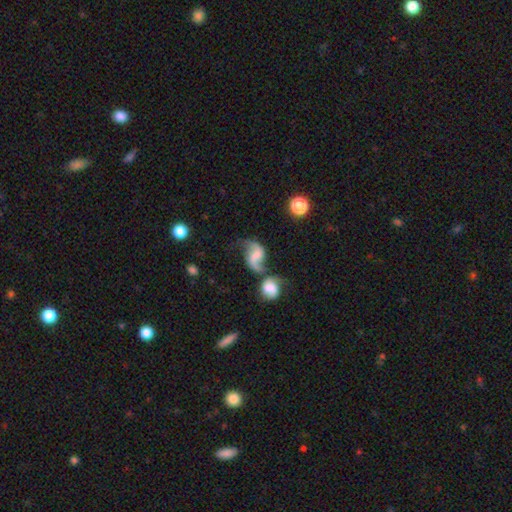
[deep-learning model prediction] Morphology: type=featured or disk (80%); edge-on=no (98%); bar=weak (47%); spiral arms=yes (95%); winding=loose (72%); arm count=2 (92%); bulge=none (38%); merging=none (43%).